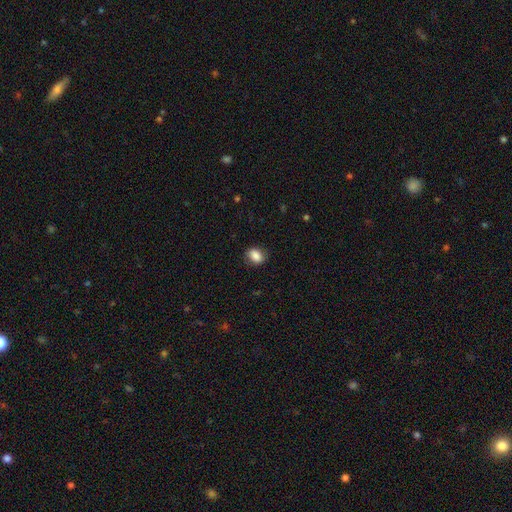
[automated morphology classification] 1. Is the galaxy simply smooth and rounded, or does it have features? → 84% smooth, 8% star or artifact, 8% featured or disk.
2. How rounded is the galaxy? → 62% in between, 37% round, 1% cigar-shaped.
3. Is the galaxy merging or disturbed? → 81% none, 15% minor disturbance, 4% major disturbance, 1% merger.